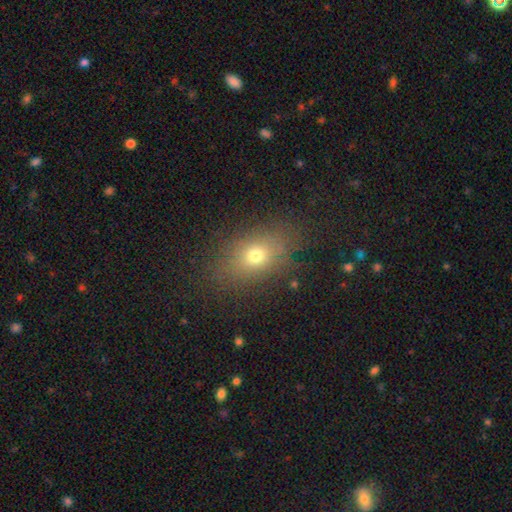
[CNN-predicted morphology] This appears to be a smooth galaxy with no disk features (69%) that is in between round and cigar-shaped (68%). Merging: none (81%).